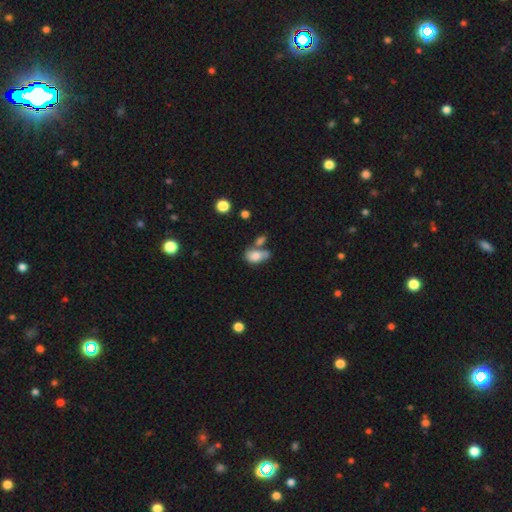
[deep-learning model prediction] Smooth or featured?
  - smooth: 79% *
  - featured or disk: 12%
  - star or artifact: 9%
How rounded?
  - in between: 84% *
  - round: 14%
  - cigar-shaped: 2%
Merging?
  - merger: 40% *
  - none: 32%
  - minor disturbance: 18%
  - major disturbance: 10%